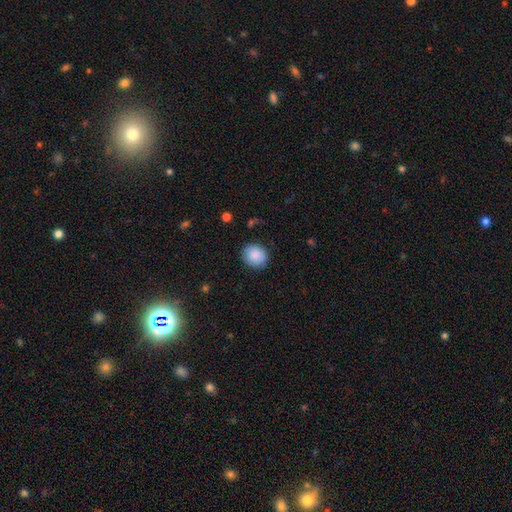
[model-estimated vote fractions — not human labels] Smooth or featured? Predicted: smooth (p=0.88). How rounded? Predicted: round (p=0.72). Merging? Predicted: none (p=0.86).